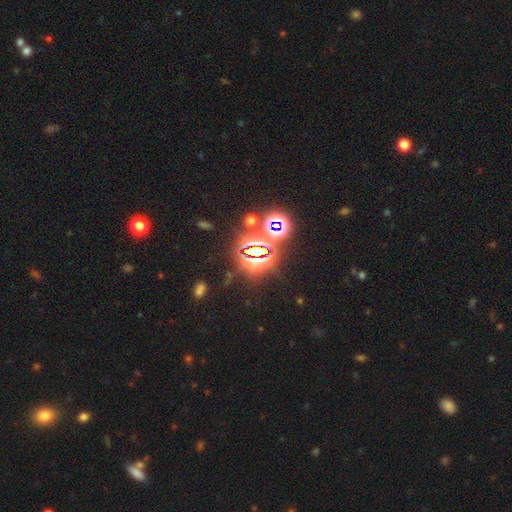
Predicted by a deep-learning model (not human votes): Smooth or featured: star or artifact — 76% (smooth — 16%)